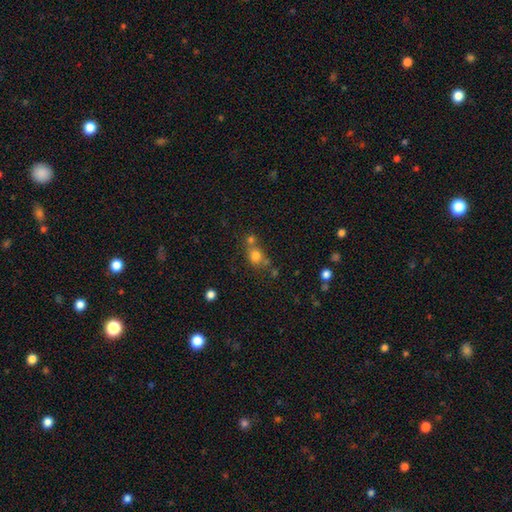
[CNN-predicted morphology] This appears to be a smooth galaxy with no disk features (75%) that is round (70%). Merging: none (45%).